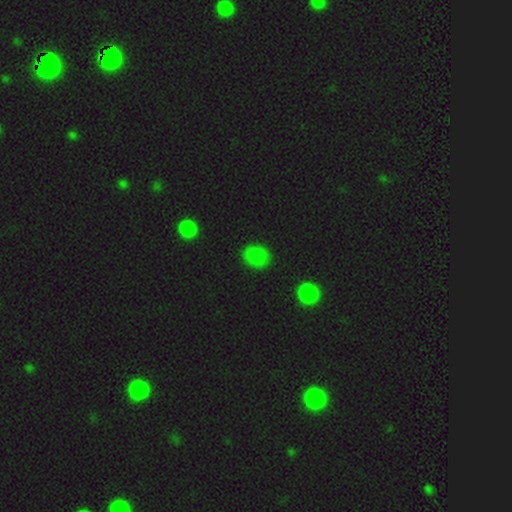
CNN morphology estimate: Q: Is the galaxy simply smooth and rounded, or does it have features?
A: smooth — 81%.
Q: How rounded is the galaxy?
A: round — 50%.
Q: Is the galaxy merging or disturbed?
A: none — 86%.